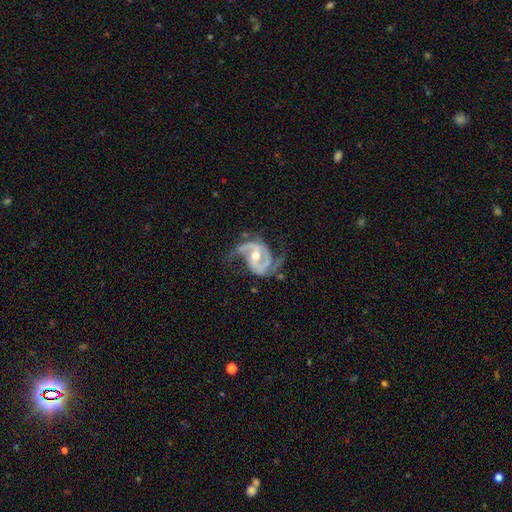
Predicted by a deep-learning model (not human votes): Overall: featured or disk (92%). Edge-on disk: no (98%). Bar: no (36%, tied with weak). Spiral arms: yes (98%). Spiral arm count: 2 (88%). Spiral winding: medium (53%; loose 28%). Bulge size: moderate (67%; small 28%). Merging: none (63%).